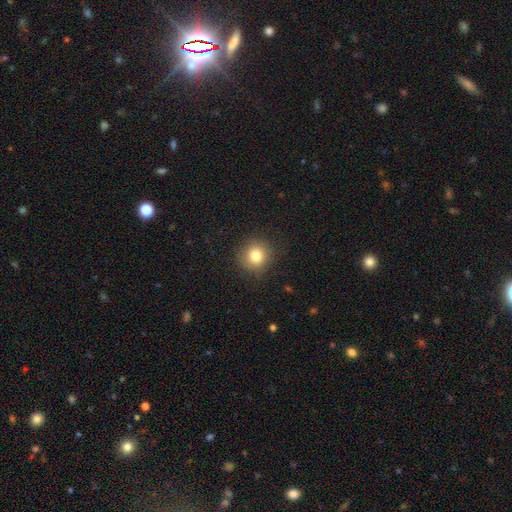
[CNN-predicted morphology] This appears to be a smooth galaxy with no disk features (81%) that is round (89%). Merging: none (88%).